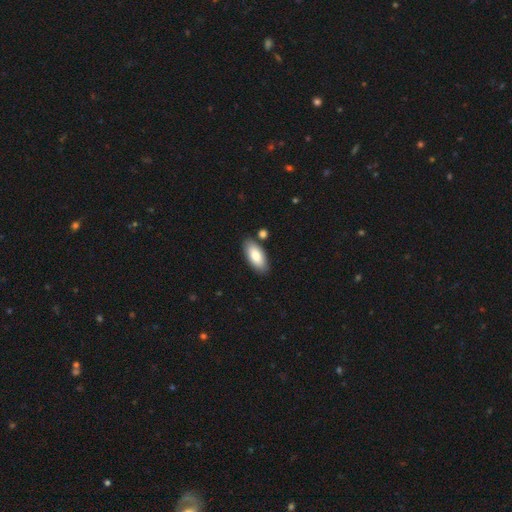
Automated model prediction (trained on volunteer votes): Smooth or featured? smooth (82%)
How rounded? in between (87%)
Merging? none (82%)